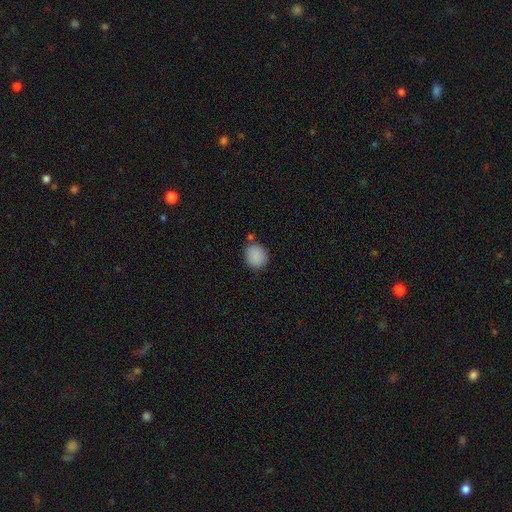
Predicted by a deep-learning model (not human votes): This is clearly a smooth galaxy (88%). How rounded: likely round (72%). Merging: likely none (78%).